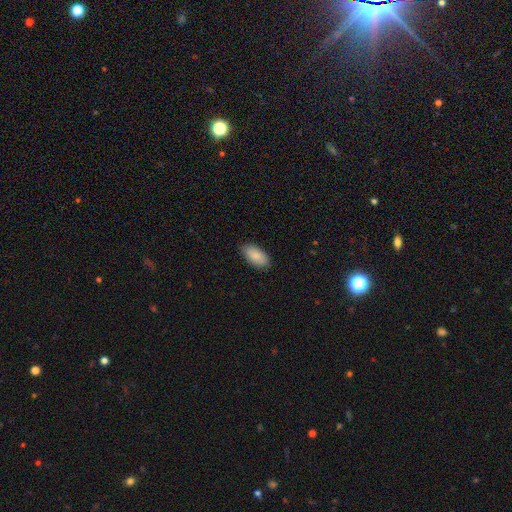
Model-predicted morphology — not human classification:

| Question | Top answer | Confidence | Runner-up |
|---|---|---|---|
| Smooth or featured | smooth | 88% | star or artifact (6%) |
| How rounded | in between | 94% | cigar-shaped (4%) |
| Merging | none | 87% | minor disturbance (10%) |